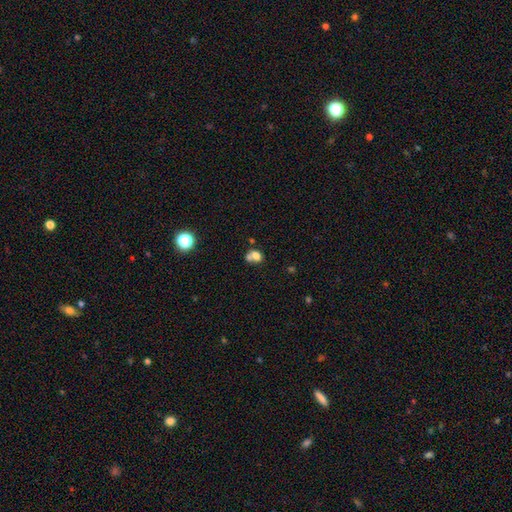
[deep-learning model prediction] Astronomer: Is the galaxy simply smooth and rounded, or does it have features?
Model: smooth — 69%.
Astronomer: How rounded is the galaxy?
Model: in between — 51% (runner-up: round, 48%).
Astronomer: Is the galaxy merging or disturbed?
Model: merger — 51% (runner-up: none, 31%).